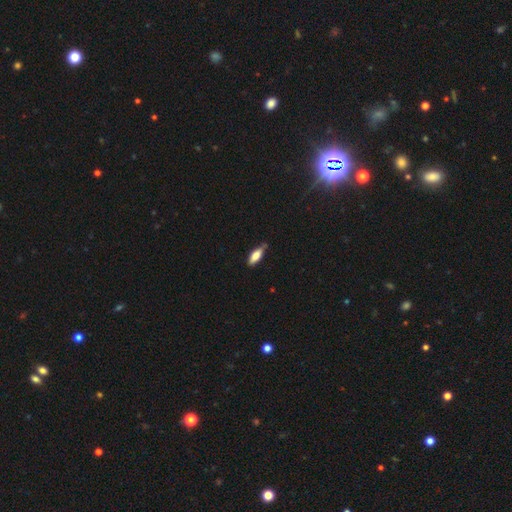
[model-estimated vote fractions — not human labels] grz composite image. It shows a smooth galaxy with no disk features (76%) that is in between round and cigar-shaped (68%). Merging: none (70%).